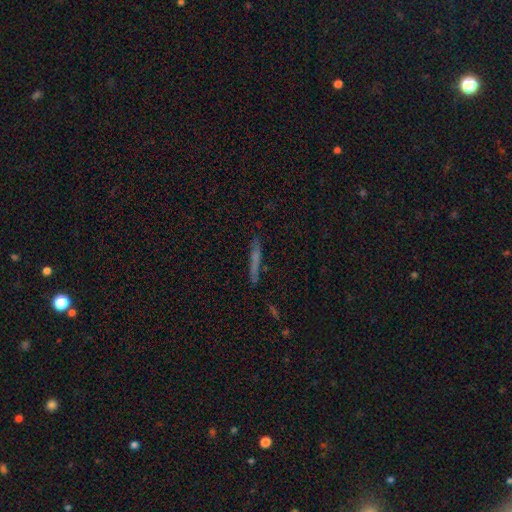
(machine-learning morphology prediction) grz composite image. It shows a smooth galaxy with no disk features (51%) that is cigar-shaped (93%). Merging: none (83%).